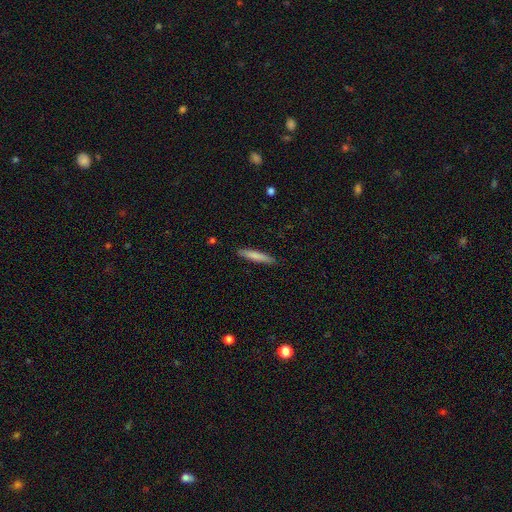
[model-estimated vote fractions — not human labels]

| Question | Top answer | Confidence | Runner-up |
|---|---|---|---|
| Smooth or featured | smooth | 76% | featured or disk (18%) |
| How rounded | cigar-shaped | 93% | in between (6%) |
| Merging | none | 89% | minor disturbance (8%) |